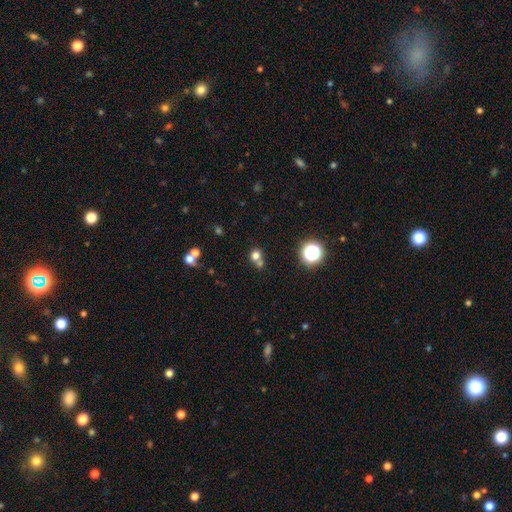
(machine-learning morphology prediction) This is likely a smooth galaxy (72%). How rounded: clearly round (82%). Merging: possibly none (50%).